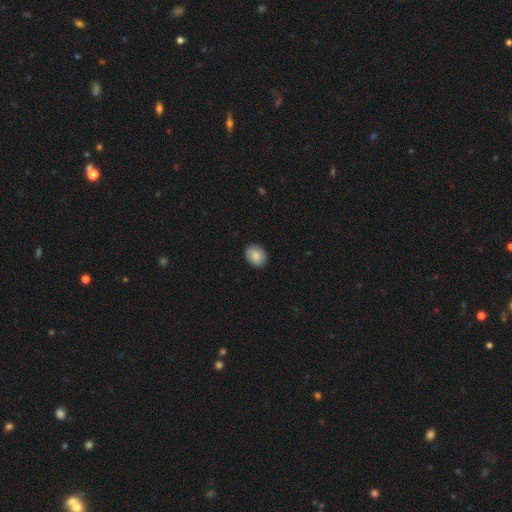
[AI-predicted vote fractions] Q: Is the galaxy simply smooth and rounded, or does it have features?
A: smooth — 83%.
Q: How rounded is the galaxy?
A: in between — 56%.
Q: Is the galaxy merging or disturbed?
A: none — 87%.